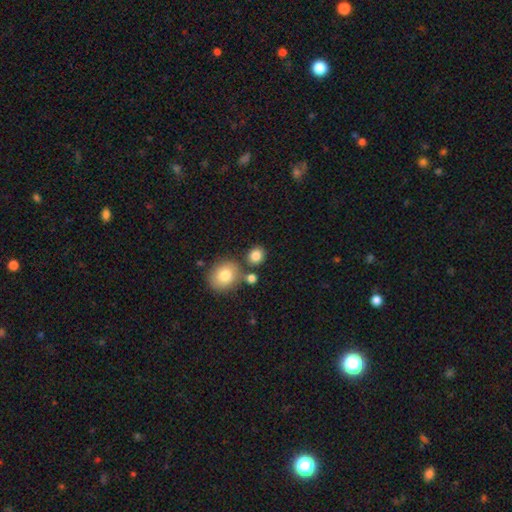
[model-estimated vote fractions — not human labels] Smooth or featured: smooth — 83% (star or artifact — 11%)
How rounded: round — 74% (in between — 25%)
Merging: none — 74% (merger — 13%)